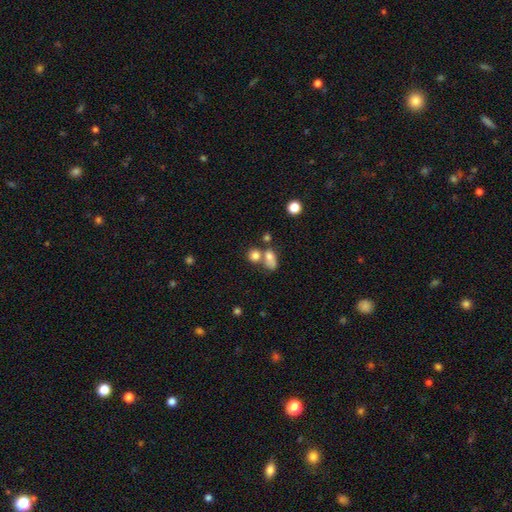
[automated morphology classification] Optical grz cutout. It shows a smooth galaxy with no disk features (78%) that is round (70%). Merging: none (43%).